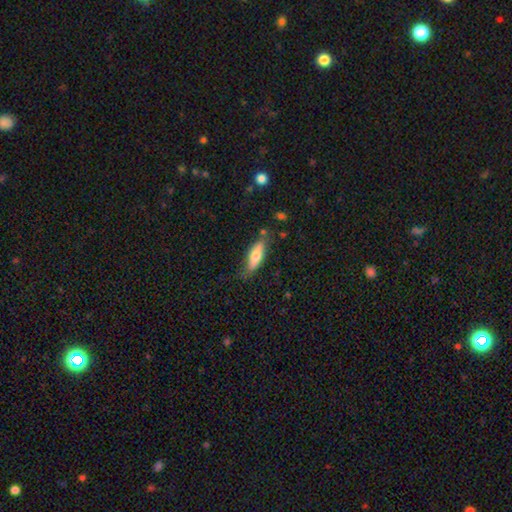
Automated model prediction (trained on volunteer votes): Smooth or featured? Predicted: smooth (p=0.66). How rounded? Predicted: in between (p=0.63). Merging? Predicted: none (p=0.69).